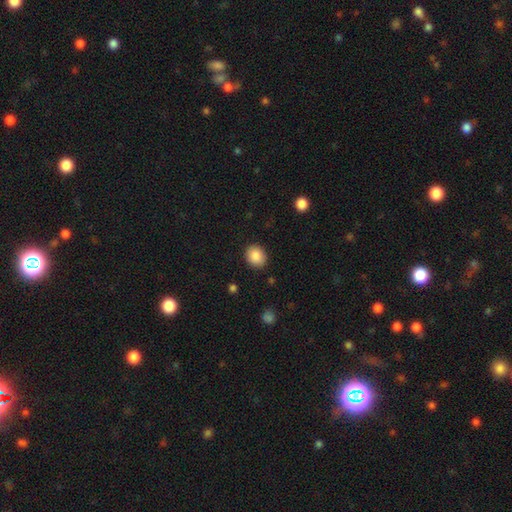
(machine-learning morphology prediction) type=smooth (88%); roundness=round (65%); merging=none (89%).